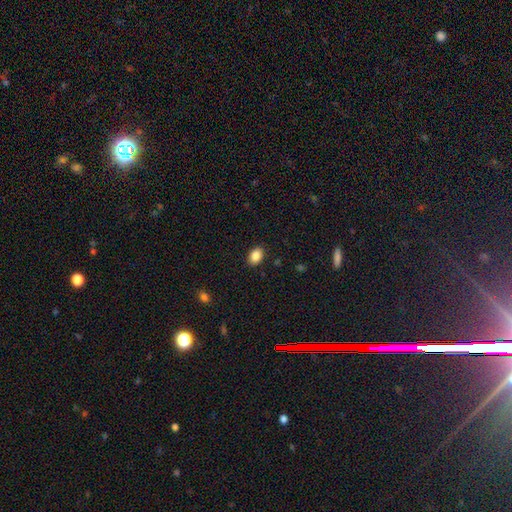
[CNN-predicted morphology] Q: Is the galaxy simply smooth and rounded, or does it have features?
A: smooth — 87%.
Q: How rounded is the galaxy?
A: in between — 82%.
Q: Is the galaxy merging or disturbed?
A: none — 88%.